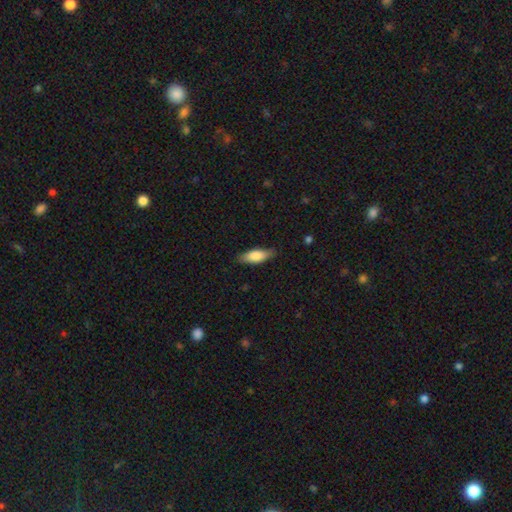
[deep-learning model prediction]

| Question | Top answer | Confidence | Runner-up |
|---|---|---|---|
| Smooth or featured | smooth | 79% | featured or disk (15%) |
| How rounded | in between | 66% | cigar-shaped (32%) |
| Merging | none | 83% | minor disturbance (14%) |